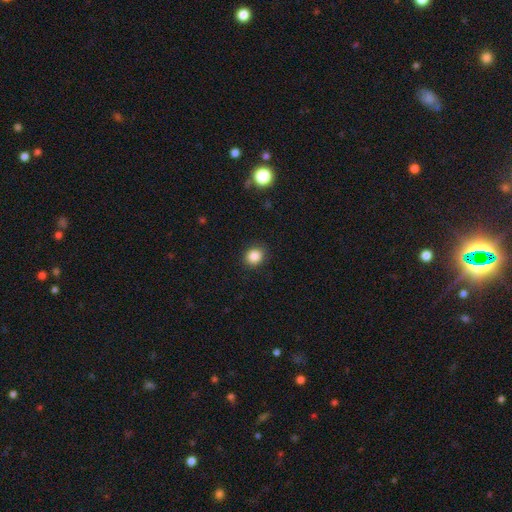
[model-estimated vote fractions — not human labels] A smooth galaxy with no disk features (86%) that is round (75%).

Vote fractions:
- Smooth or featured? smooth: 86% / star or artifact: 10% / featured or disk: 4%
- How rounded? round: 75% / in between: 24% / cigar-shaped: 1%
- Merging? none: 89% / minor disturbance: 8% / major disturbance: 2% / merger: 1%